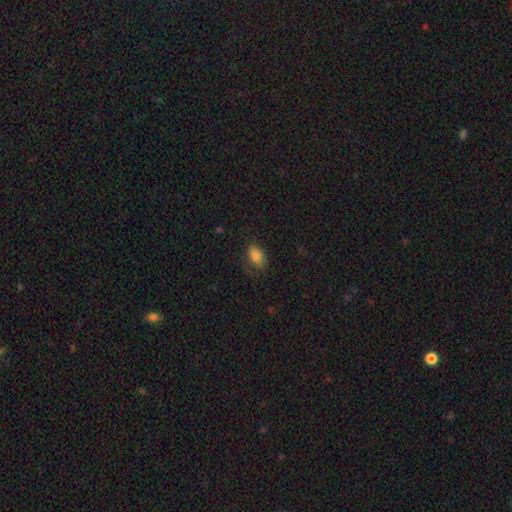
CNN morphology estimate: This appears to be a smooth galaxy with no disk features (84%) that is in between round and cigar-shaped (88%). Merging: none (70%).